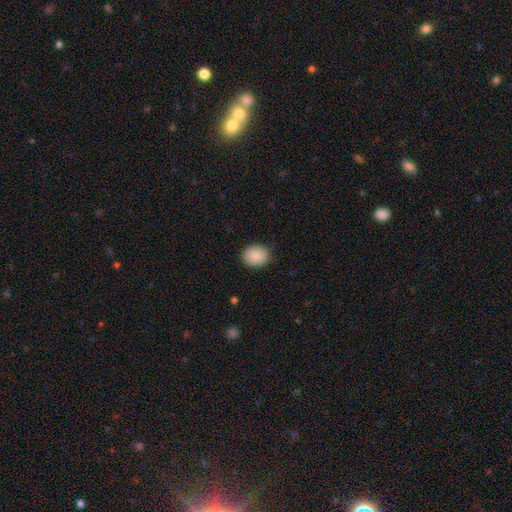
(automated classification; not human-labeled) This appears to be a smooth galaxy with no disk features (89%) that is round (52%). Merging: none (87%).